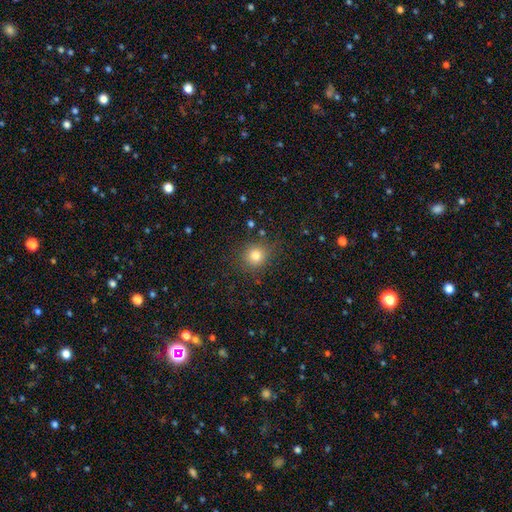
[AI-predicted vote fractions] Overall: smooth (79%). How rounded: round (88%). Merging: none (84%).